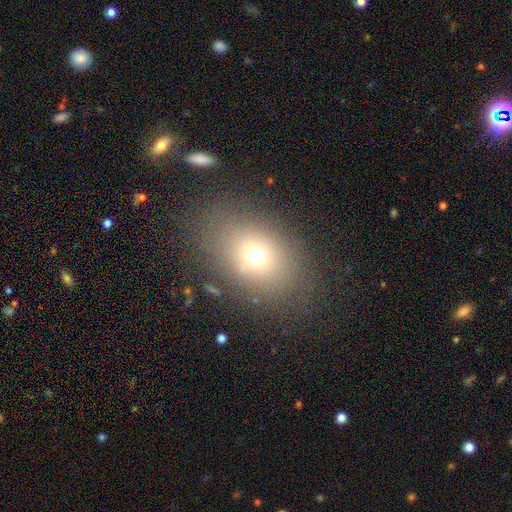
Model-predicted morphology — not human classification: smooth-or-featured: smooth: 67% | star or artifact: 17% | featured or disk: 15%
  how-rounded: in between: 67% | round: 32% | cigar-shaped: 1%
  merging: none: 77% | minor disturbance: 12% | major disturbance: 8% | merger: 2%